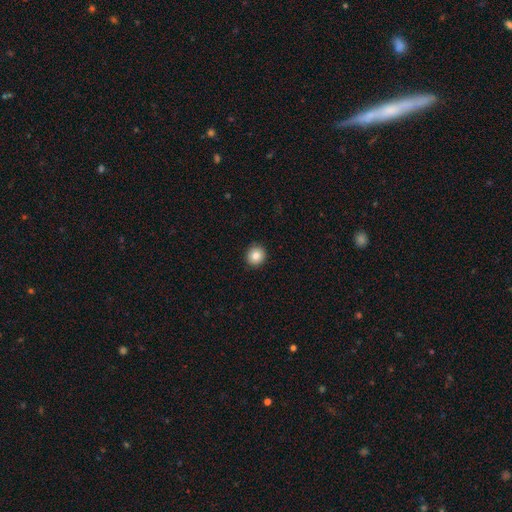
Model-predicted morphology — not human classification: This appears to be a smooth galaxy with no disk features (84%) that is round (90%). Merging: none (91%).